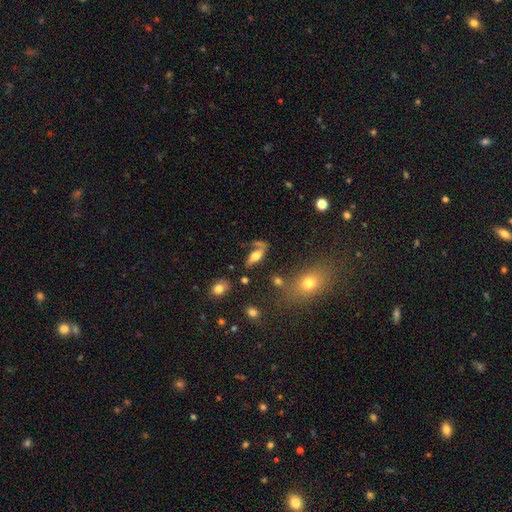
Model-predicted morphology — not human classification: Q: Smooth or featured?
A: smooth (48%); runner-up: featured or disk (43%)
Q: Merging?
A: none (50%); runner-up: minor disturbance (20%)